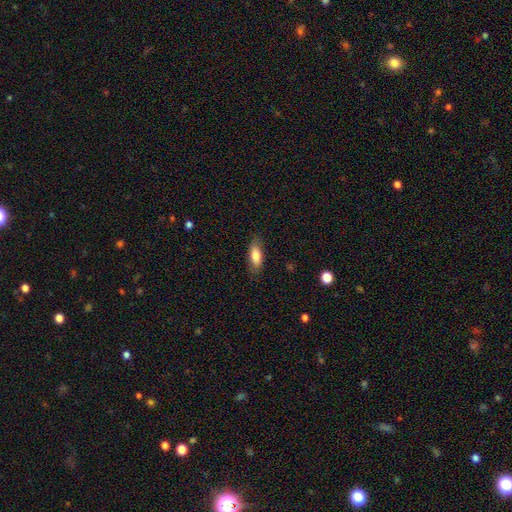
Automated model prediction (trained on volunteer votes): This appears to be a smooth galaxy with no disk features (79%) that is in between round and cigar-shaped (71%). Merging: none (82%).